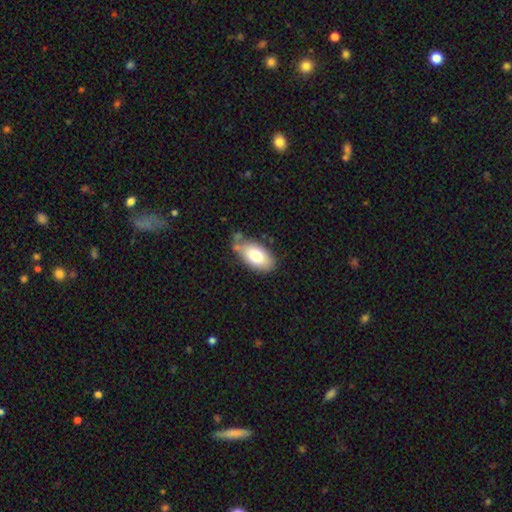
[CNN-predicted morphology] The model was most divided on "merging": none: 60%, minor disturbance: 24%, merger: 9%, major disturbance: 6%. More confident: how rounded — in between (93%); smooth or featured — smooth (76%).